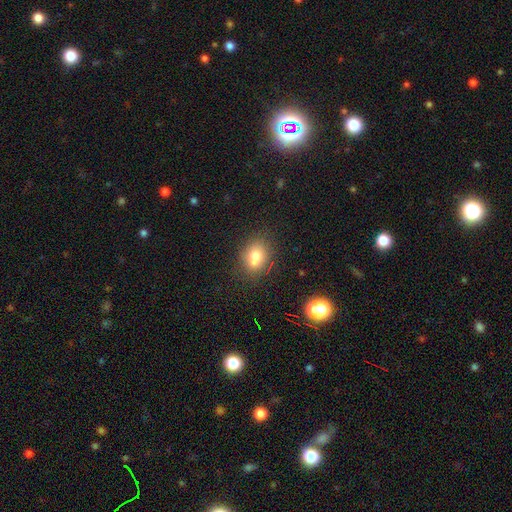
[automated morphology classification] Smooth or featured: smooth — 74% (featured or disk — 14%)
How rounded: in between — 56% (round — 43%)
Merging: none — 62% (merger — 17%)